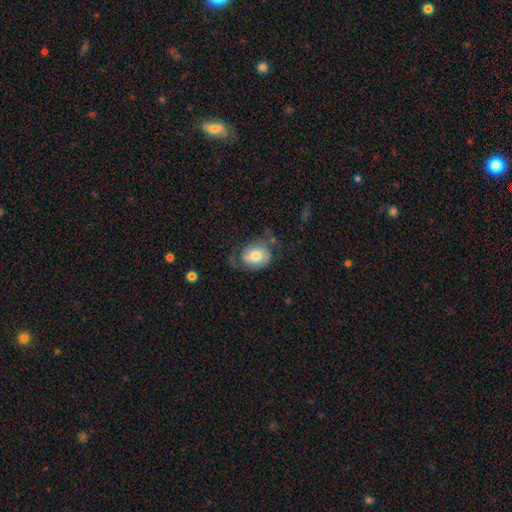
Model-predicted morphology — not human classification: Overall: featured or disk (48%; smooth 45%). Merging: none (48%; minor disturbance 25%).